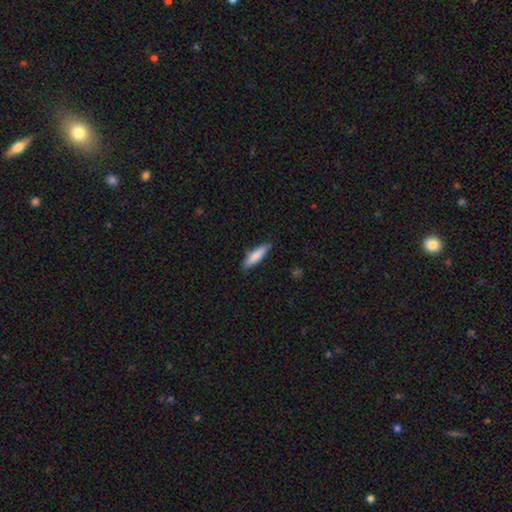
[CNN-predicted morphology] This appears to be a smooth galaxy with no disk features (79%) that is cigar-shaped (73%). Merging: none (84%).